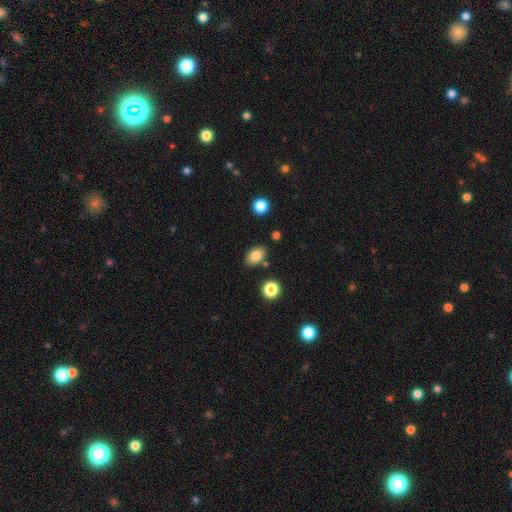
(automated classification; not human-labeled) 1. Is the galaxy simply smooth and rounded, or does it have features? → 82% smooth, 9% star or artifact, 9% featured or disk.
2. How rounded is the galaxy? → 82% in between, 17% round, 1% cigar-shaped.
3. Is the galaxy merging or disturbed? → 81% none, 11% minor disturbance, 5% merger, 3% major disturbance.